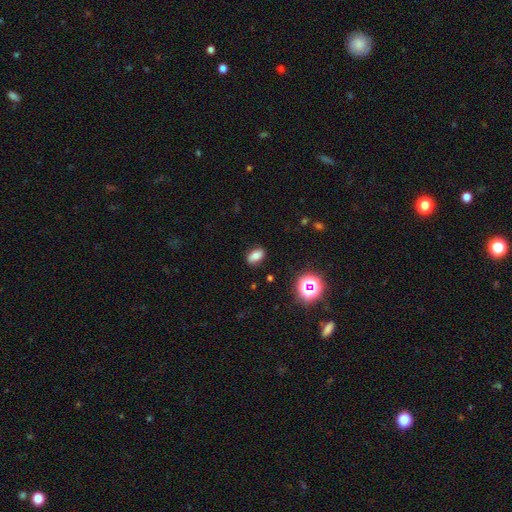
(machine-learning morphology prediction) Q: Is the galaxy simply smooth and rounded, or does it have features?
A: smooth — 72%.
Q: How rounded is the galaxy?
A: in between — 86%.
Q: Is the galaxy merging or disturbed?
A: none — 85%.